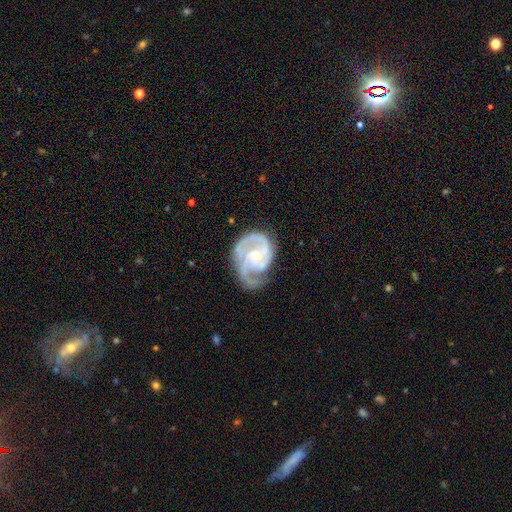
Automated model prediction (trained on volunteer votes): Smooth or featured: featured or disk — 89% (smooth — 6%)
Edge-on disk: no — 98% (yes — 2%)
Bar: no — 66% (weak — 28%)
Spiral arms: yes — 97% (no — 3%)
Spiral winding: tight — 51% (medium — 41%)
Spiral arm count: 2 — 44% (3 — 31%)
Bulge size: small — 55% (moderate — 39%)
Merging: none — 55% (minor disturbance — 26%)